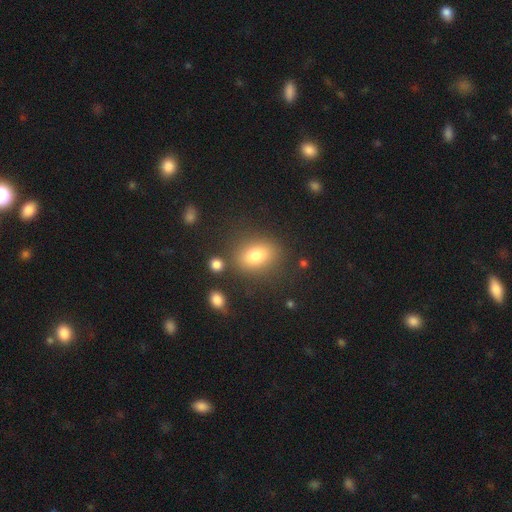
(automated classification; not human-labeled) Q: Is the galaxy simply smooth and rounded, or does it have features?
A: smooth — 78%.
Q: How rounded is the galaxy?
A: in between — 65%.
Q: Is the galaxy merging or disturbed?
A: none — 79%.